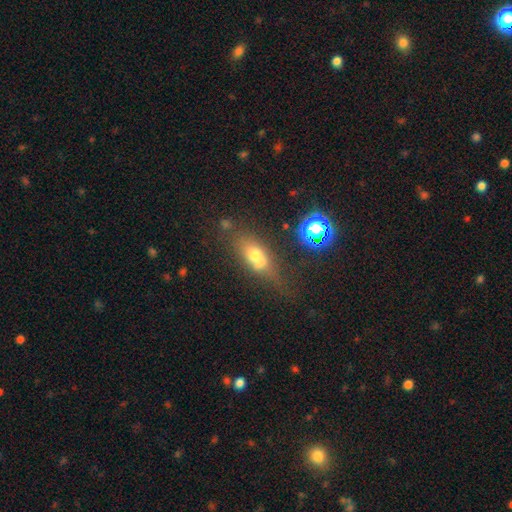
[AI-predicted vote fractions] Morphology: type=smooth (58%); roundness=in between (64%); merging=none (38%).